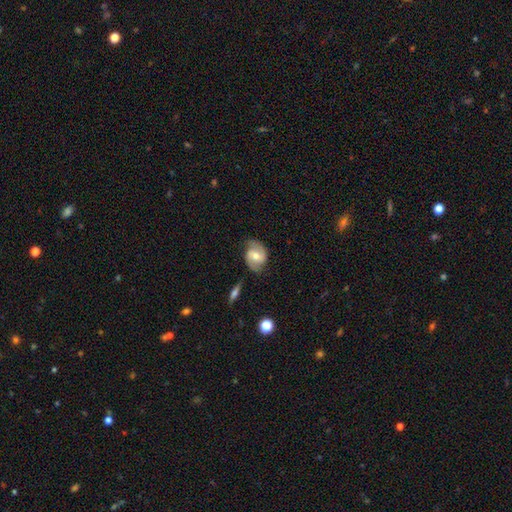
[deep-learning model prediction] This is likely a featured or disk galaxy (72%). It is clearly not viewed edge-on (97%). Bar: marginally weak (44%). Spiral arm pattern: clearly yes (92%). Spiral arm count: clearly 2 (89%). Spiral winding: possibly medium (47%). Central bulge: likely moderate (63%). Merging: likely none (75%).